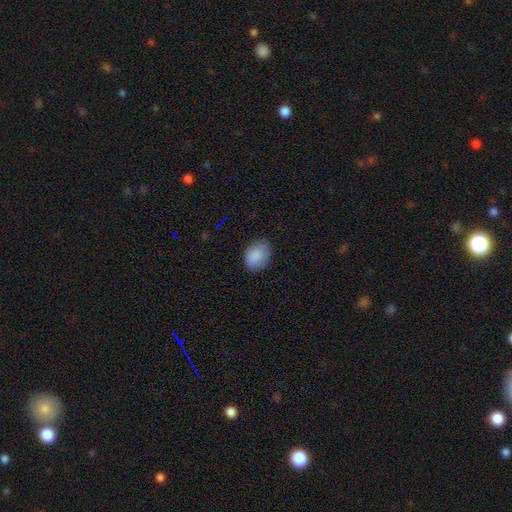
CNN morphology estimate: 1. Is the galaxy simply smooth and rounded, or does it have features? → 88% smooth, 7% star or artifact, 5% featured or disk.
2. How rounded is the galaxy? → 65% in between, 34% round, 1% cigar-shaped.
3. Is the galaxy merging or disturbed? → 77% none, 18% minor disturbance, 4% major disturbance, 1% merger.